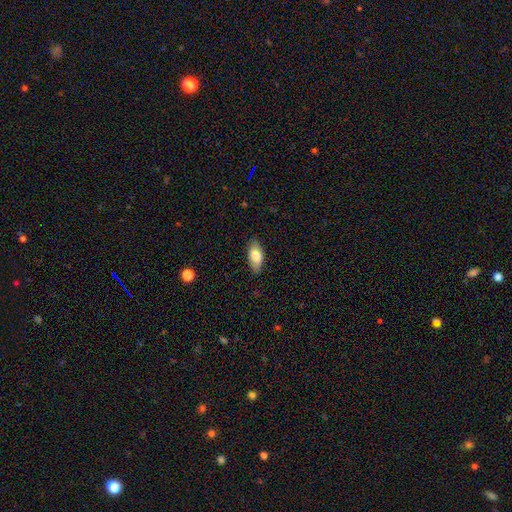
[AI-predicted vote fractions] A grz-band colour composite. It shows a smooth galaxy with no disk features (79%) that is in between round and cigar-shaped (87%). Merging: none (84%).